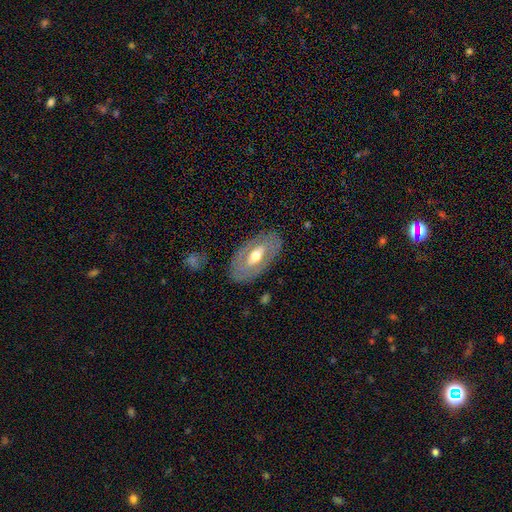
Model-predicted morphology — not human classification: type=featured or disk (57%); edge-on=no (86%); merging=none (83%).